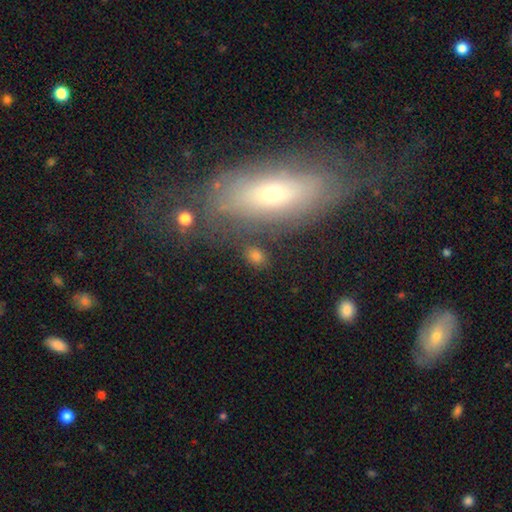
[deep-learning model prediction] smooth_or_featured: smooth (p=0.68) [alt: featured or disk p=0.17]
how_rounded: in between (p=0.62) [alt: round p=0.33]
merging: none (p=0.77) [alt: minor disturbance p=0.12]